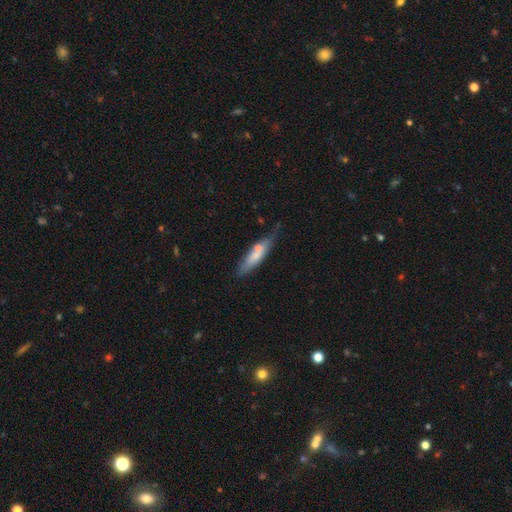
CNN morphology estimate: A smooth galaxy with no disk features (61%) that is cigar-shaped (73%). Merging: none (61%).